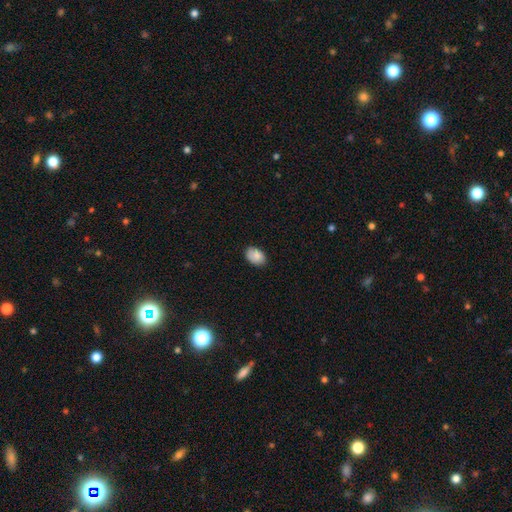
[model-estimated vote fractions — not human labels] Smooth or featured?
  - smooth: 86% *
  - star or artifact: 7%
  - featured or disk: 7%
How rounded?
  - in between: 84% *
  - round: 15%
  - cigar-shaped: 1%
Merging?
  - none: 80% *
  - minor disturbance: 16%
  - major disturbance: 3%
  - merger: 1%